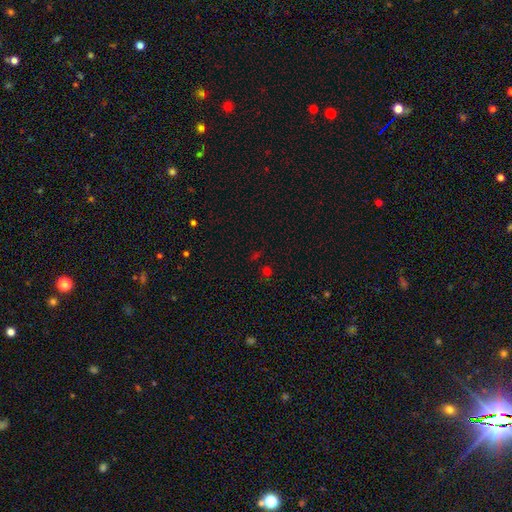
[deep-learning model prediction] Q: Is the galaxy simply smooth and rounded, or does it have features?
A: star or artifact — 56%.